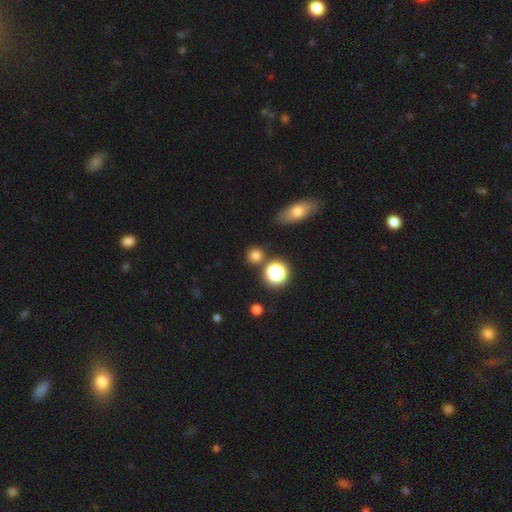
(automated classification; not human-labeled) smooth 76%, star or artifact 18%, featured or disk 6%. Down the decision tree: how rounded — round (89%); merging — none (81%).